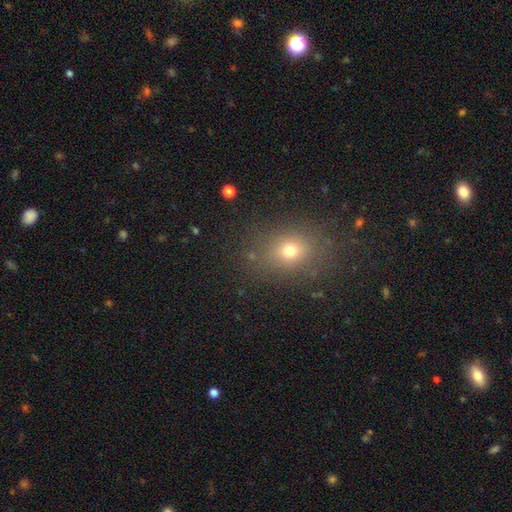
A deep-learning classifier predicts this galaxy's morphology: A smooth galaxy with no disk features (64%) that is round (50%).

Vote fractions:
- Smooth or featured? smooth: 64% / star or artifact: 25% / featured or disk: 10%
- How rounded? round: 50% / in between: 48% / cigar-shaped: 1%
- Merging? none: 85% / minor disturbance: 10% / major disturbance: 4% / merger: 2%